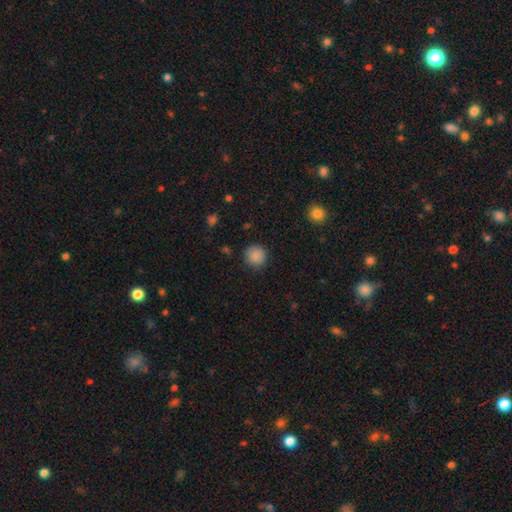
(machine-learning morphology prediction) type=smooth (88%); roundness=round (93%); merging=none (87%).